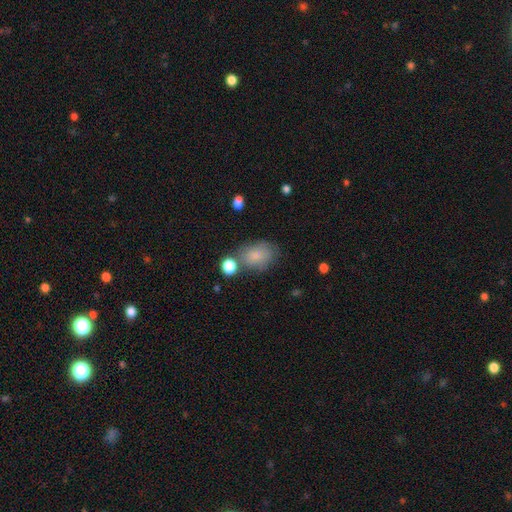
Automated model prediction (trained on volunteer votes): A smooth galaxy with no disk features (82%) that is in between round and cigar-shaped (73%).

Vote fractions:
- Smooth or featured? smooth: 82% / star or artifact: 9% / featured or disk: 9%
- How rounded? in between: 73% / round: 25% / cigar-shaped: 1%
- Merging? none: 60% / minor disturbance: 21% / merger: 12% / major disturbance: 8%